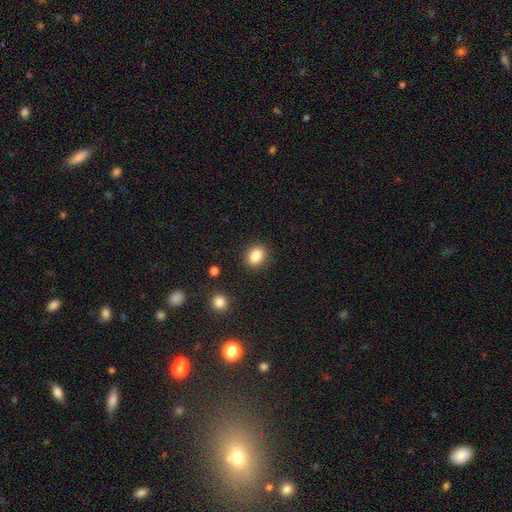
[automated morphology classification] smooth-or-featured: smooth: 85% | star or artifact: 10% | featured or disk: 5%
  how-rounded: in between: 50% | round: 49% | cigar-shaped: 1%
  merging: none: 88% | minor disturbance: 8% | major disturbance: 2% | merger: 2%